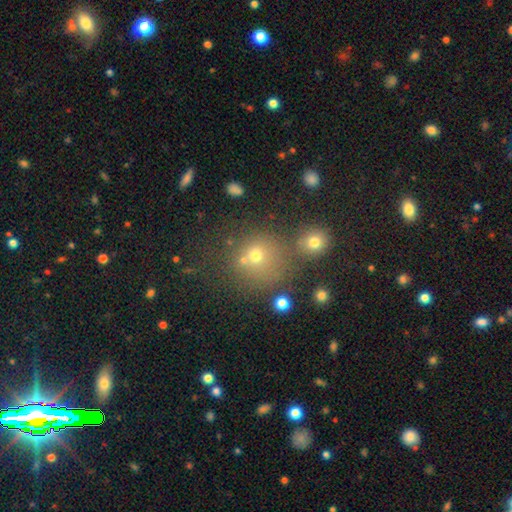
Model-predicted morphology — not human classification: The model was most divided on "merging": none: 61%, merger: 23%, minor disturbance: 10%, major disturbance: 5%. More confident: how rounded — round (89%); smooth or featured — smooth (67%).